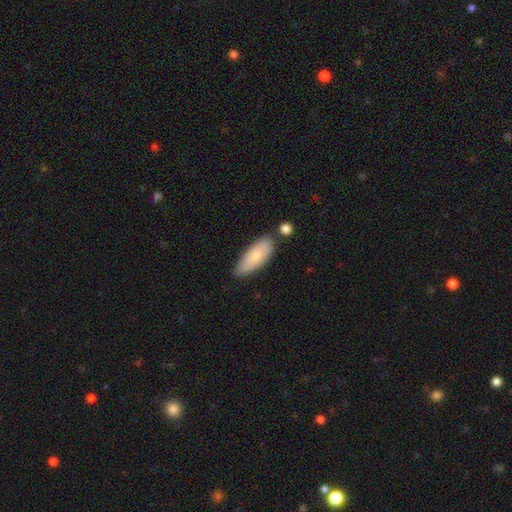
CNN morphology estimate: This is likely a smooth galaxy (77%). How rounded: likely in between (73%). Merging: likely none (69%).